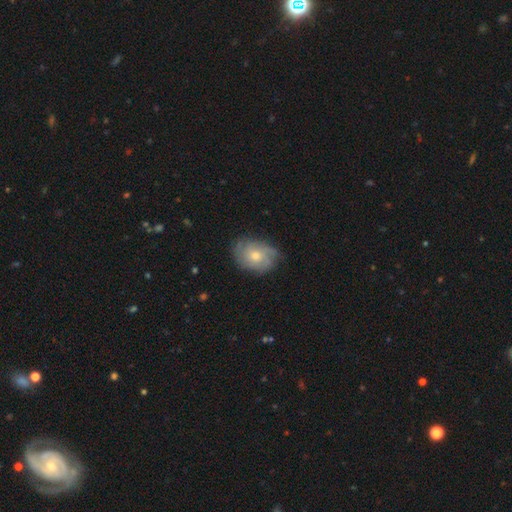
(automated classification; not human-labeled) A smooth galaxy with no disk features (46%, tied with featured or disk). Merging: none (69%).